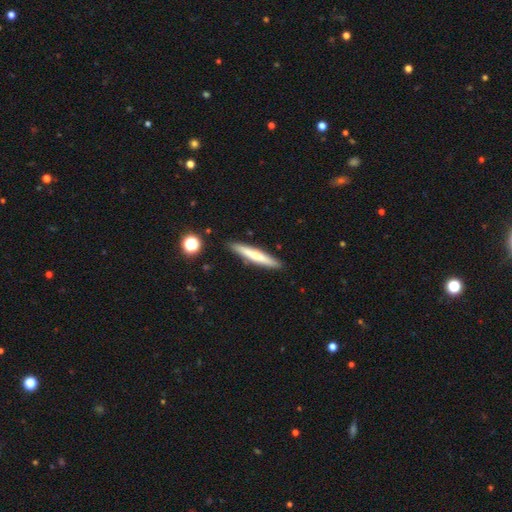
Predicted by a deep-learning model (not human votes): smooth_or_featured: smooth (p=0.59) [alt: featured or disk p=0.35]
how_rounded: cigar-shaped (p=0.93) [alt: in between p=0.06]
merging: none (p=0.89) [alt: minor disturbance p=0.08]